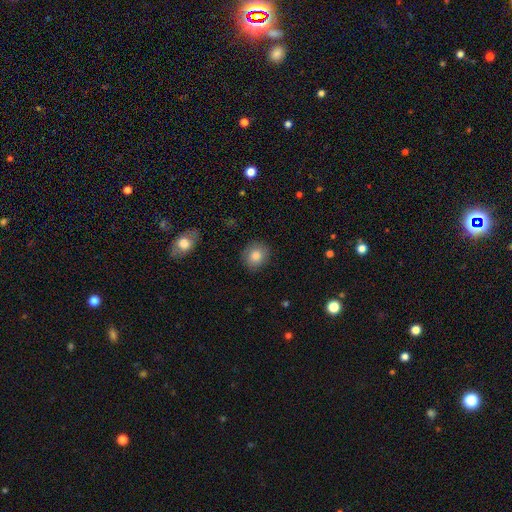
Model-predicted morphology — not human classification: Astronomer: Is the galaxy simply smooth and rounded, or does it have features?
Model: smooth — 84%.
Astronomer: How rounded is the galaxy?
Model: round — 80%.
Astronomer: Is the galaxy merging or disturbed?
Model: none — 88%.